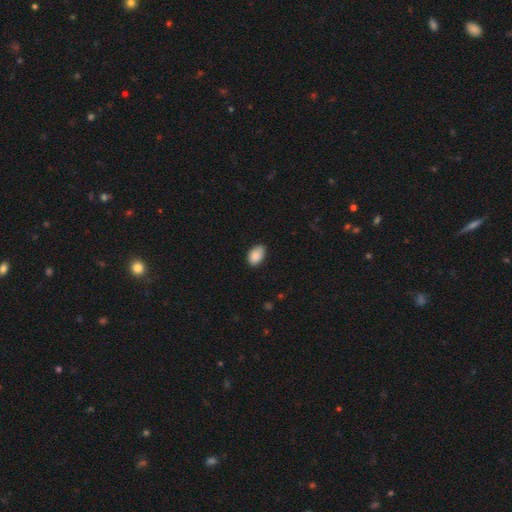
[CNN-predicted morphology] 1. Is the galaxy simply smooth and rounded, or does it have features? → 86% smooth, 7% star or artifact, 6% featured or disk.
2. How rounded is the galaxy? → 89% in between, 9% round, 1% cigar-shaped.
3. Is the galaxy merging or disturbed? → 76% none, 20% minor disturbance, 3% major disturbance, 1% merger.